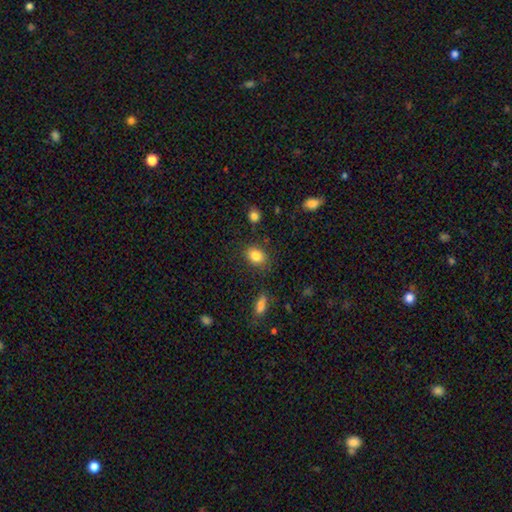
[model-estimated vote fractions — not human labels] This appears to be a smooth galaxy with no disk features (83%) that is in between round and cigar-shaped (67%). Merging: none (81%).